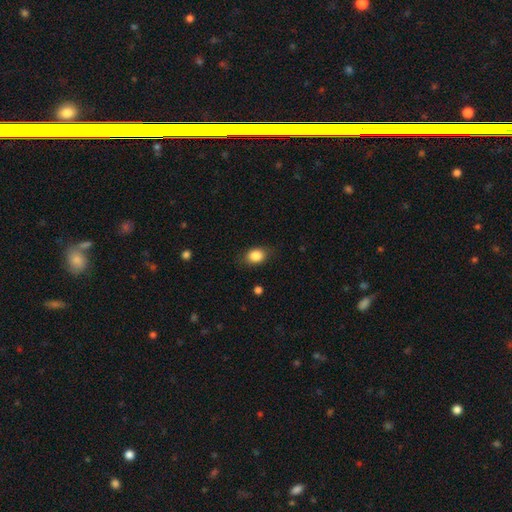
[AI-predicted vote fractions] smooth-or-featured: smooth: 86% | star or artifact: 9% | featured or disk: 5%
  how-rounded: in between: 60% | round: 39% | cigar-shaped: 1%
  merging: none: 79% | minor disturbance: 16% | major disturbance: 4% | merger: 1%